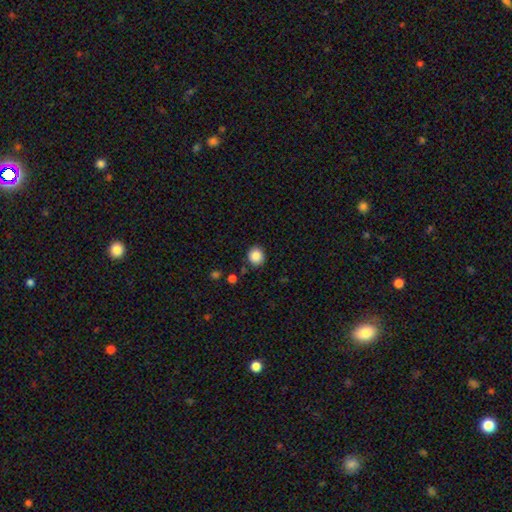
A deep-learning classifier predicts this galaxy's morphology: Smooth or featured? smooth (86%)
How rounded? round (84%)
Merging? none (87%)